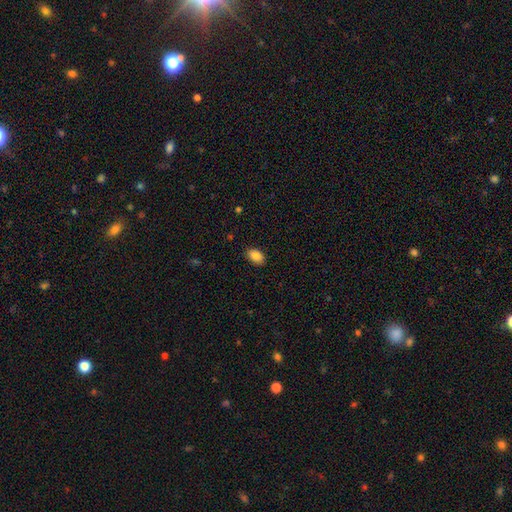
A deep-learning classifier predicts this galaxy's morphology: Smooth or featured? smooth (87%)
How rounded? in between (90%)
Merging? none (87%)